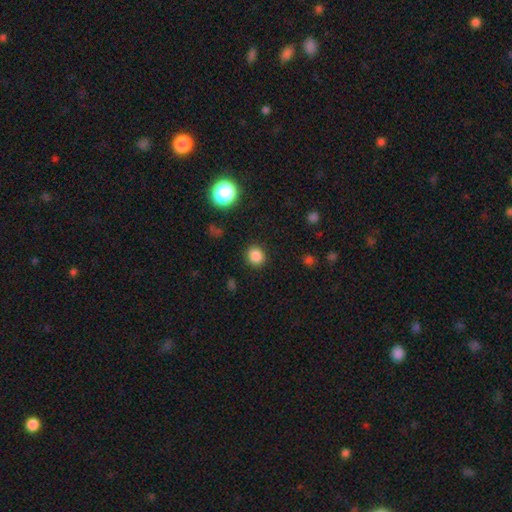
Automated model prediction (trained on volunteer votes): Morphology: type=smooth (84%); roundness=round (83%); merging=none (90%).